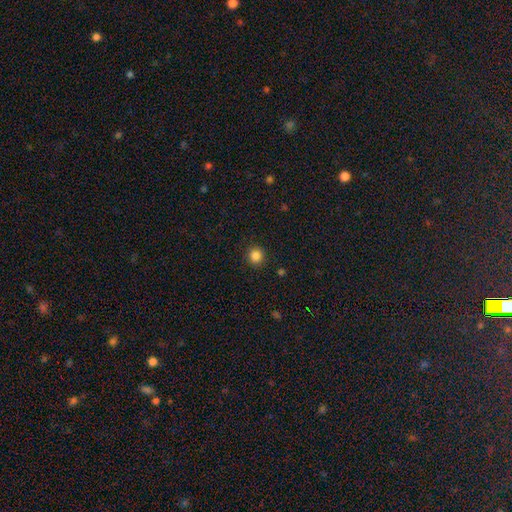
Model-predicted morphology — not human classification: smooth_or_featured: smooth (p=0.85) [alt: star or artifact p=0.11]
how_rounded: round (p=0.93) [alt: in between p=0.06]
merging: none (p=0.92) [alt: minor disturbance p=0.05]